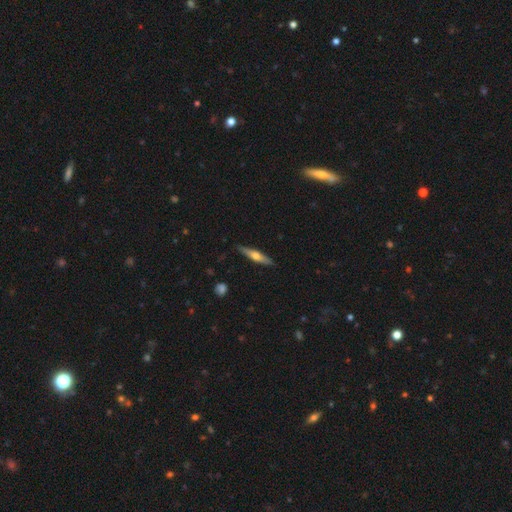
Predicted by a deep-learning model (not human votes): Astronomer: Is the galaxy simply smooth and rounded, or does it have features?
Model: featured or disk — 52% (runner-up: smooth, 42%).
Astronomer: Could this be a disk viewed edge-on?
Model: yes — 94%.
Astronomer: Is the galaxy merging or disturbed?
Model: none — 88%.